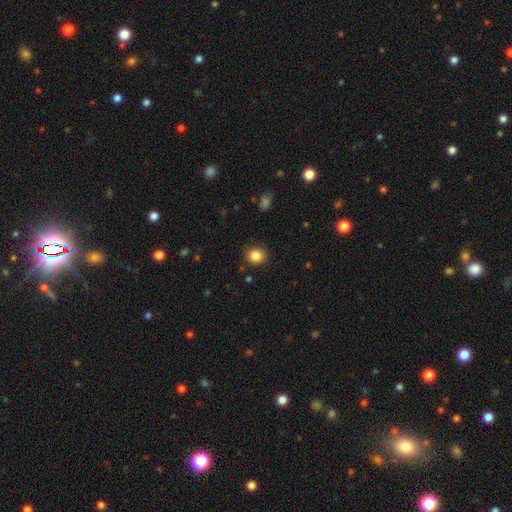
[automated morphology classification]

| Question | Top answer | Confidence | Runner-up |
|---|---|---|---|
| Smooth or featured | smooth | 86% | star or artifact (10%) |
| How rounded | round | 81% | in between (18%) |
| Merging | none | 87% | minor disturbance (9%) |